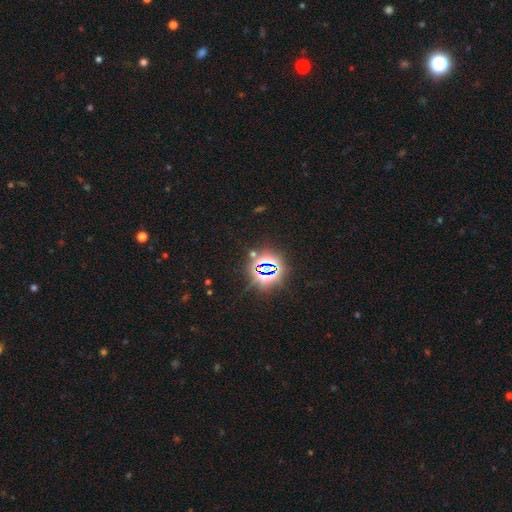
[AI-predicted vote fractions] star or artifact 81%, smooth 11%, featured or disk 8%.